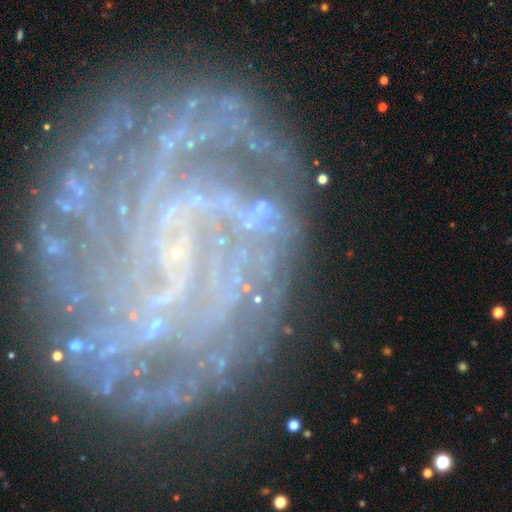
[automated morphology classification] Overall: featured or disk (85%). Edge-on disk: no (98%). Bar: no (50%; weak 36%). Spiral arms: yes (95%). Spiral arm count: can't tell (26%; 4 18%). Spiral winding: tight (58%; medium 33%). Bulge size: small (64%; none 28%). Merging: none (70%).